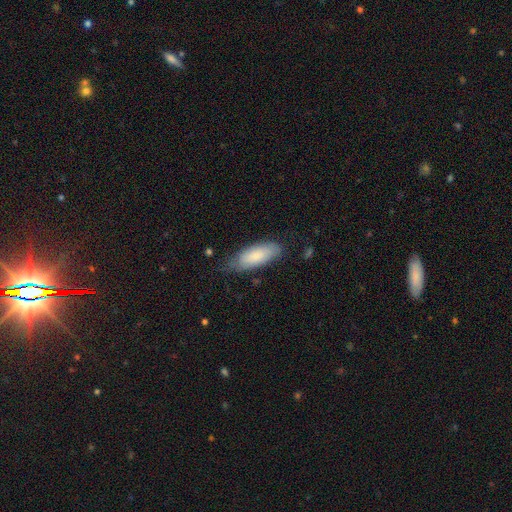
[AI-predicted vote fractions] Q: Smooth or featured?
A: smooth (76%); runner-up: featured or disk (17%)
Q: How rounded?
A: in between (70%); runner-up: cigar-shaped (28%)
Q: Merging?
A: none (64%); runner-up: minor disturbance (29%)